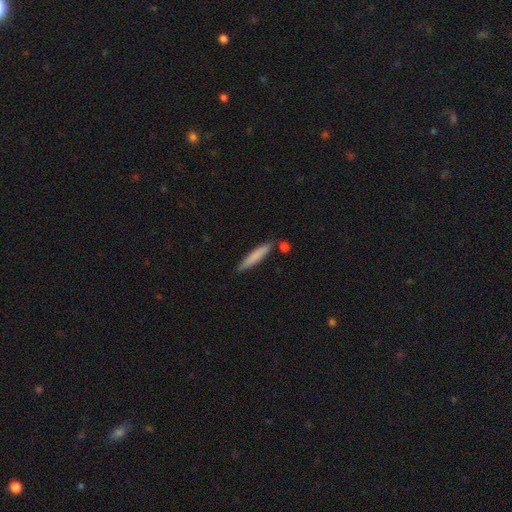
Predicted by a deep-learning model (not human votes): This appears to be a smooth galaxy with no disk features (77%) that is cigar-shaped (92%). Merging: none (81%).